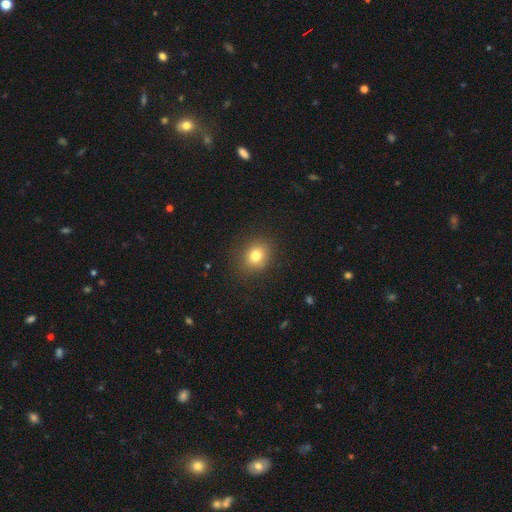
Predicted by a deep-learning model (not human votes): The model was most divided on "how rounded": round: 70%, in between: 29%, cigar-shaped: 1%. More confident: merging — none (87%); smooth or featured — smooth (79%).